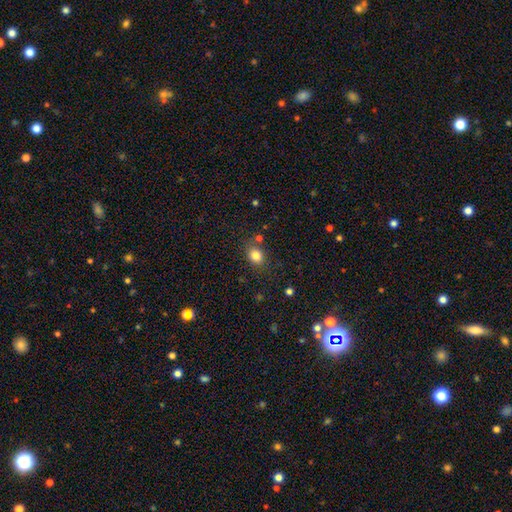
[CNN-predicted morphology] type=smooth (82%); roundness=round (59%); merging=none (78%).